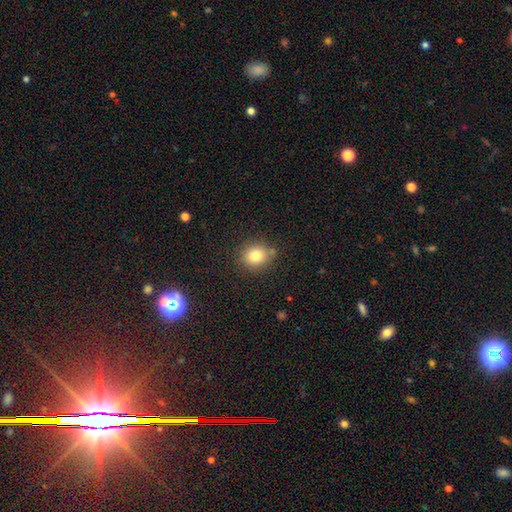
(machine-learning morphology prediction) Q: Smooth or featured?
A: smooth (81%); runner-up: star or artifact (11%)
Q: How rounded?
A: round (78%); runner-up: in between (21%)
Q: Merging?
A: none (80%); runner-up: minor disturbance (12%)